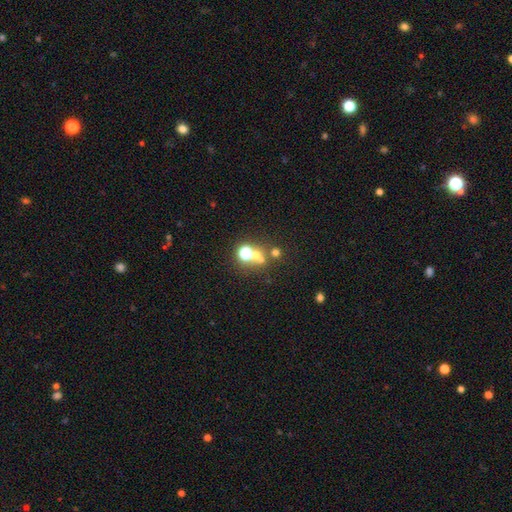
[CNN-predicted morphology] This is possibly a smooth galaxy (47%). Merging: possibly none (51%).